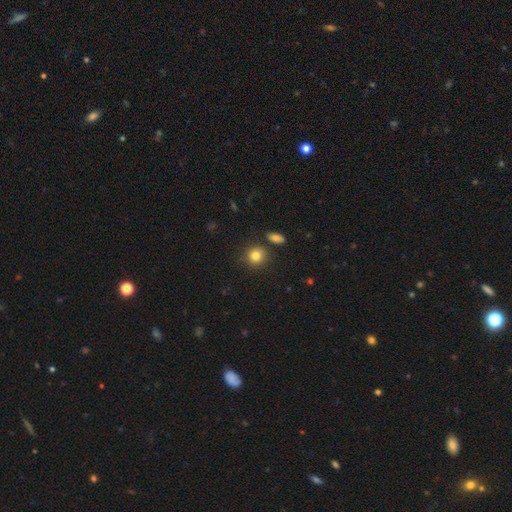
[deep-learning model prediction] Q: Smooth or featured?
A: smooth (81%); runner-up: star or artifact (11%)
Q: How rounded?
A: round (88%); runner-up: in between (11%)
Q: Merging?
A: none (82%); runner-up: minor disturbance (9%)